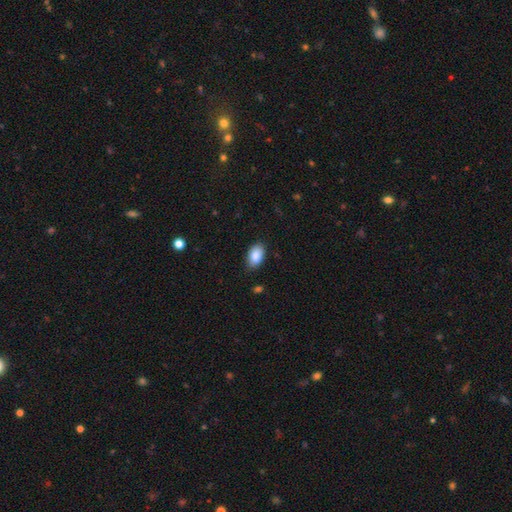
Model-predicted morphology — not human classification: This appears to be a smooth galaxy with no disk features (88%) that is in between round and cigar-shaped (92%). Merging: none (85%).